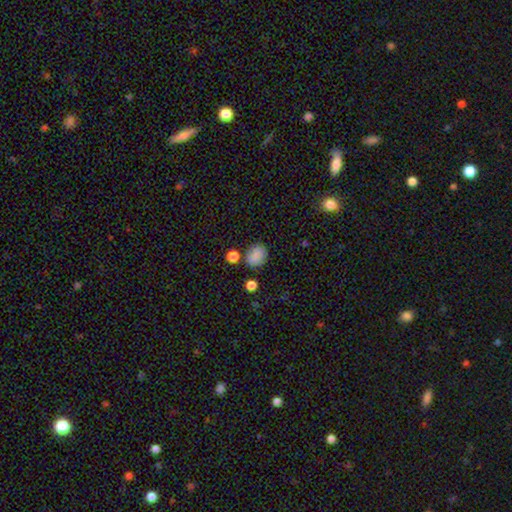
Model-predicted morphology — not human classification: Smooth or featured? Predicted: smooth (p=0.84). How rounded? Predicted: round (p=0.56). Merging? Predicted: none (p=0.75).